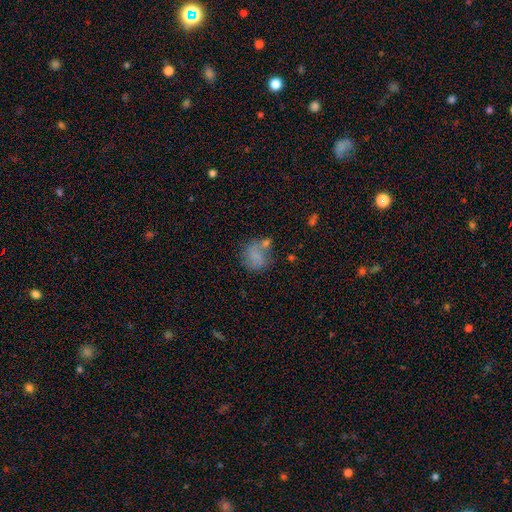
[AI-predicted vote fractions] smooth-or-featured: smooth: 68% | featured or disk: 20% | star or artifact: 12%
  how-rounded: round: 67% | in between: 31% | cigar-shaped: 1%
  merging: none: 44% | minor disturbance: 21% | merger: 20% | major disturbance: 14%